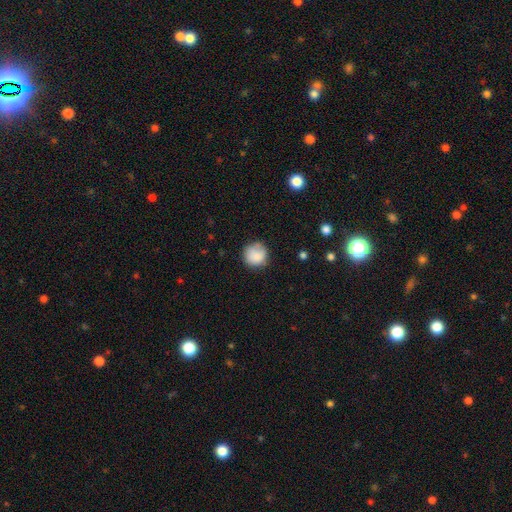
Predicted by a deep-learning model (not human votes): This appears to be a smooth galaxy with no disk features (85%) that is round (92%). Merging: none (75%).